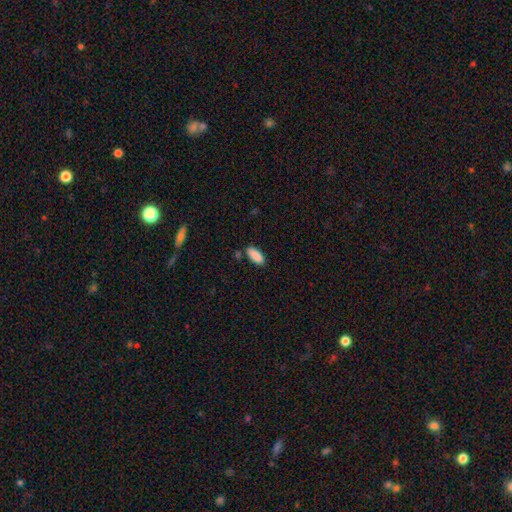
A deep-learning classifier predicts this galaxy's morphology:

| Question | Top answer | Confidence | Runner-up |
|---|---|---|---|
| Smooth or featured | smooth | 89% | star or artifact (7%) |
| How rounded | in between | 81% | cigar-shaped (17%) |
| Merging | none | 79% | minor disturbance (13%) |